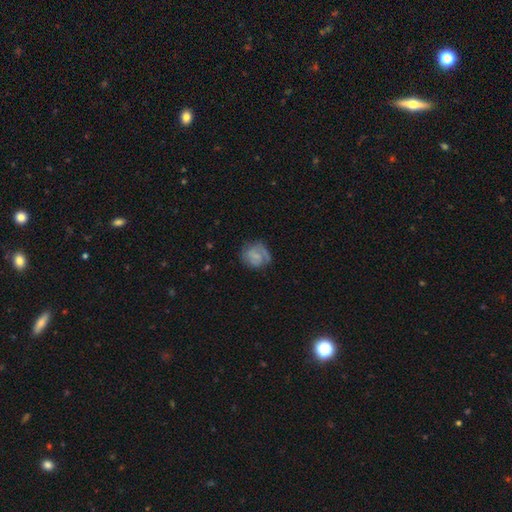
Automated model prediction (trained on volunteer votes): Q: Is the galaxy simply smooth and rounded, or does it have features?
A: featured or disk — 48%.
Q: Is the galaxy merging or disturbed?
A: none — 60%.